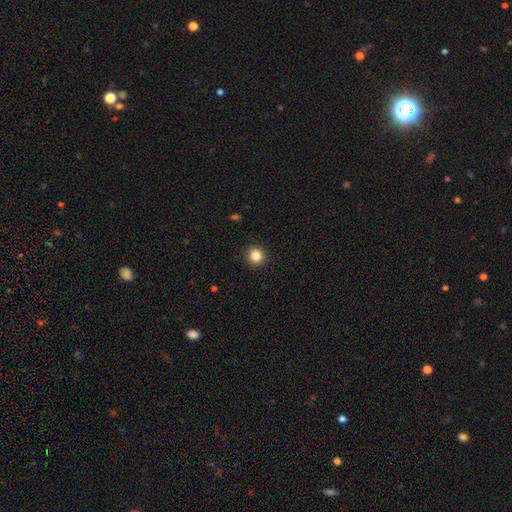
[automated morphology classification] smooth 85%, star or artifact 11%, featured or disk 4%. Down the decision tree: how rounded — round (93%); merging — none (92%).